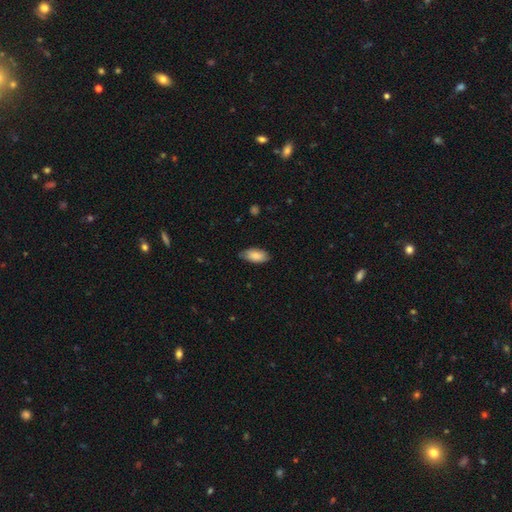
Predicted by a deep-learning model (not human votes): Smooth or featured? smooth (83%)
How rounded? in between (92%)
Merging? none (76%)